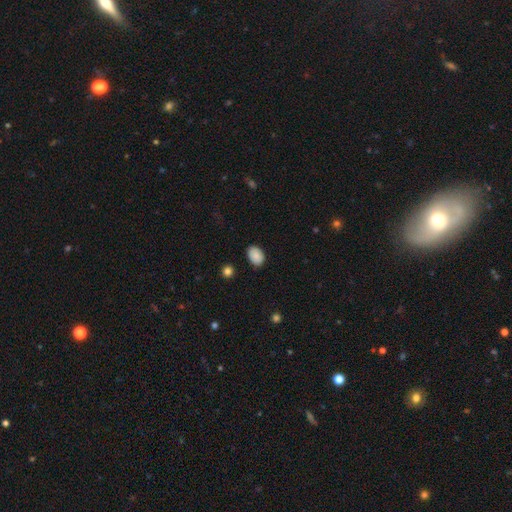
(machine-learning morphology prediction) Smooth or featured? smooth (88%)
How rounded? in between (80%)
Merging? none (84%)